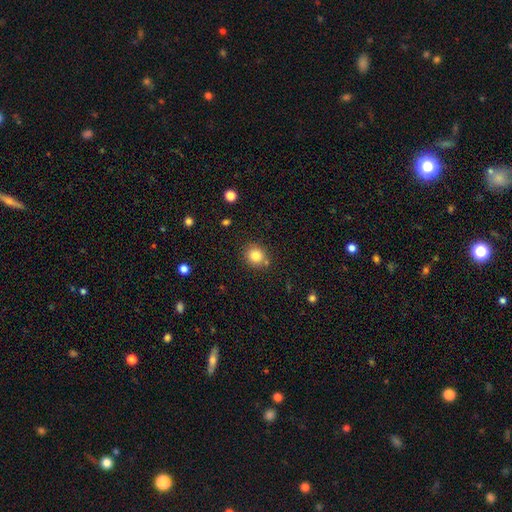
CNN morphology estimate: smooth 83%, star or artifact 11%, featured or disk 6%. Down the decision tree: how rounded — round (85%); merging — none (80%).